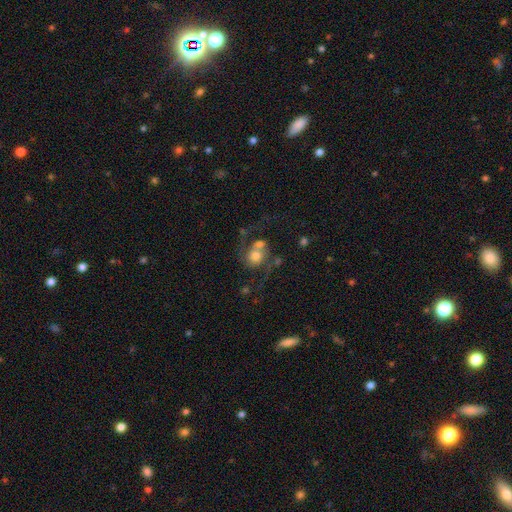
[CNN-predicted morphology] The model was most divided on "merging": none: 35%, merger: 32%, major disturbance: 19%, minor disturbance: 14%. More confident: edge-on disk — no (97%); spiral arms — yes (87%); spiral arm count — 2 (84%); bar — no (74%); smooth or featured — featured or disk (63%); spiral winding — loose (60%); bulge size — moderate (52%).